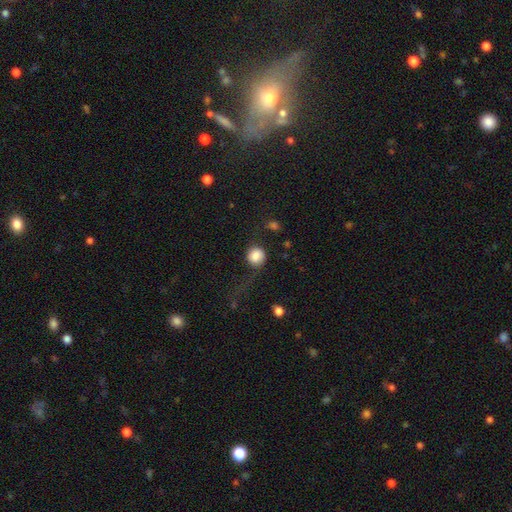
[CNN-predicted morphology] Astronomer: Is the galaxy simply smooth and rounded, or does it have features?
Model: smooth — 82%.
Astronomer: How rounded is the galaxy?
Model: round — 88%.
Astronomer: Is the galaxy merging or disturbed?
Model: none — 56%.